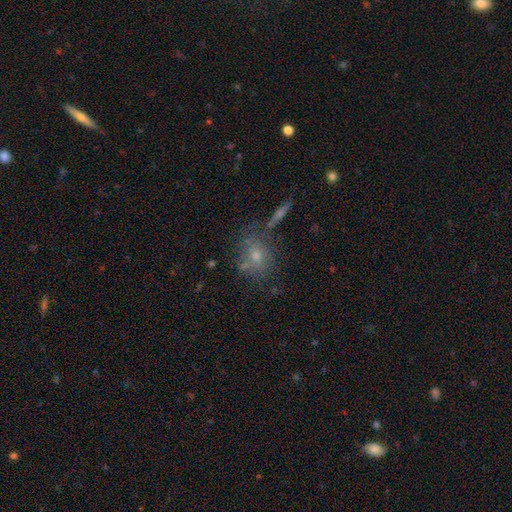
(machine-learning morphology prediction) This appears to be a smooth galaxy with no disk features (60%) that is round (60%). Merging: none (63%).